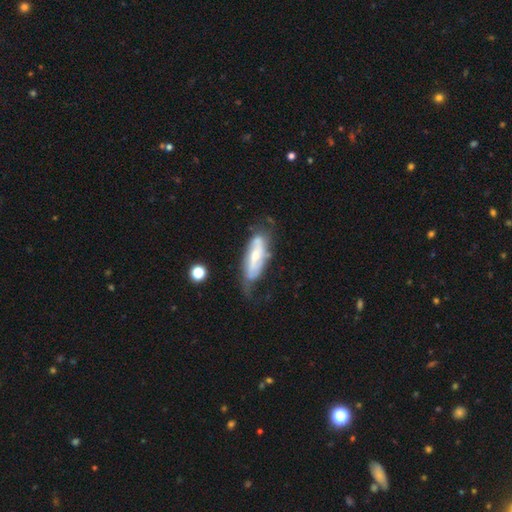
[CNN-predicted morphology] This is likely a featured or disk galaxy (68%). It is clearly not viewed edge-on (80%). Bar: marginally no (35%). Spiral arm pattern: likely yes (79%). Central bulge: possibly moderate (47%). Merging: possibly none (47%).